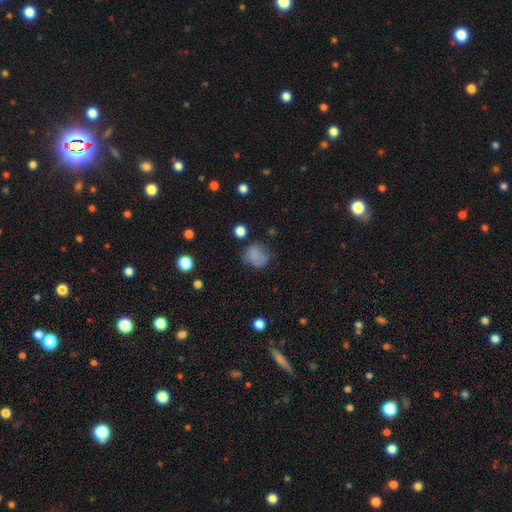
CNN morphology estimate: This is likely a smooth galaxy (75%). How rounded: likely round (66%). Merging: possibly none (54%).